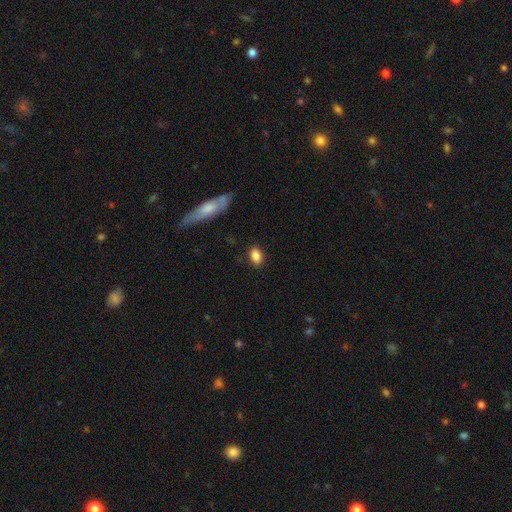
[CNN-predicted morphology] The model was most divided on "how rounded": in between: 86%, round: 11%, cigar-shaped: 3%. More confident: merging — none (86%); smooth or featured — smooth (86%).